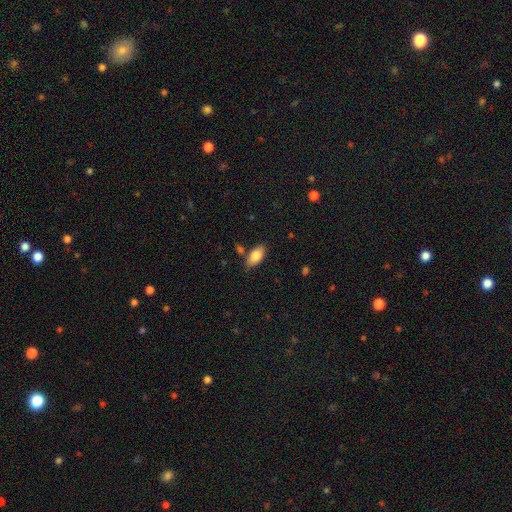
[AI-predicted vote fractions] Overall: smooth (81%). How rounded: in between (91%). Merging: none (77%).